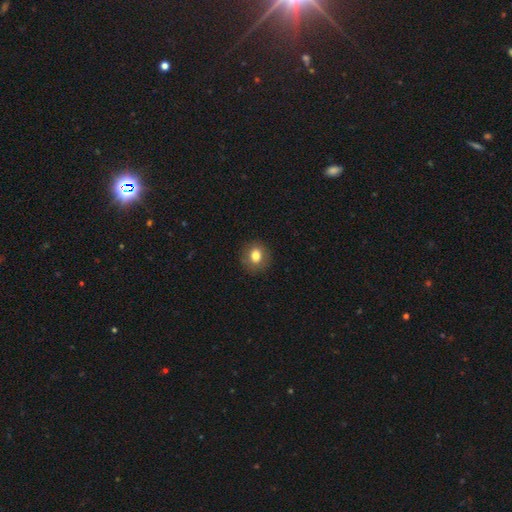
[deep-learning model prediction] smooth 79%, featured or disk 11%, star or artifact 10%. Down the decision tree: how rounded — round (72%); merging — none (88%).